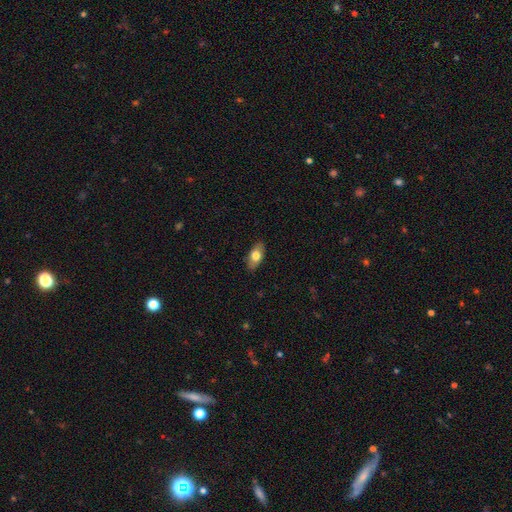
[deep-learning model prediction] A smooth galaxy with no disk features (71%) that is in between round and cigar-shaped (87%).

Vote fractions:
- Smooth or featured? smooth: 71% / featured or disk: 23% / star or artifact: 6%
- How rounded? in between: 87% / cigar-shaped: 9% / round: 4%
- Merging? none: 87% / minor disturbance: 10% / major disturbance: 2% / merger: 1%